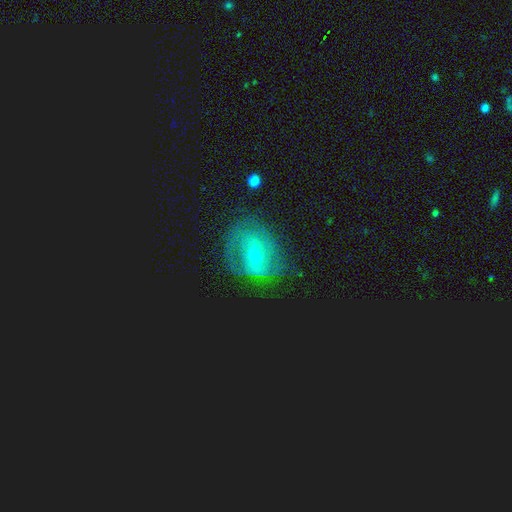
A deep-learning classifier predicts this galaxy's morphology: Smooth or featured? featured or disk (70%)
Edge-on disk? no (94%)
Bar? weak (44%)
Spiral arms? yes (68%)
Bulge size? moderate (55%)
Merging? none (58%)